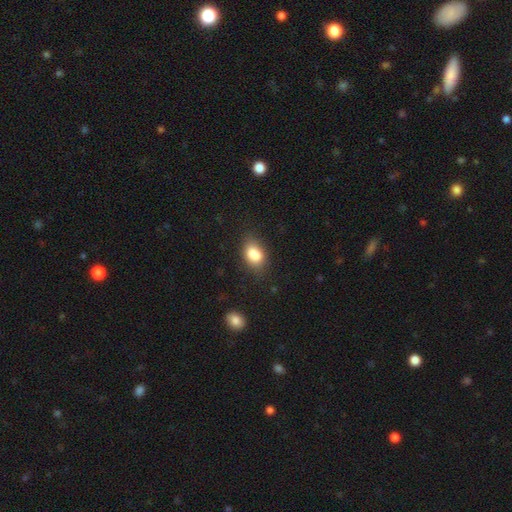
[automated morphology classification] smooth_or_featured: smooth (p=0.83) [alt: star or artifact p=0.09]
how_rounded: in between (p=0.81) [alt: round p=0.17]
merging: none (p=0.65) [alt: minor disturbance p=0.22]